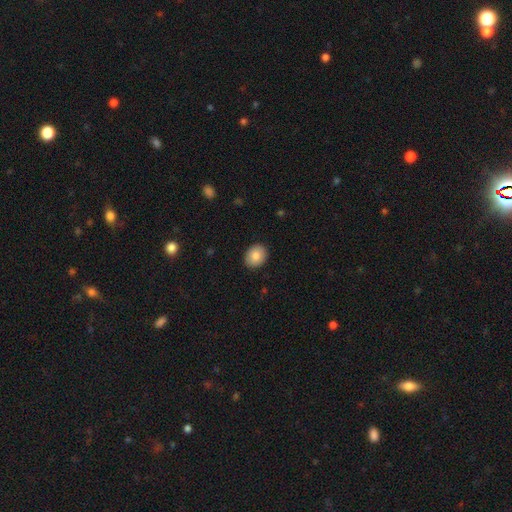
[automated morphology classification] Smooth or featured? smooth (85%)
How rounded? round (51%)
Merging? none (90%)